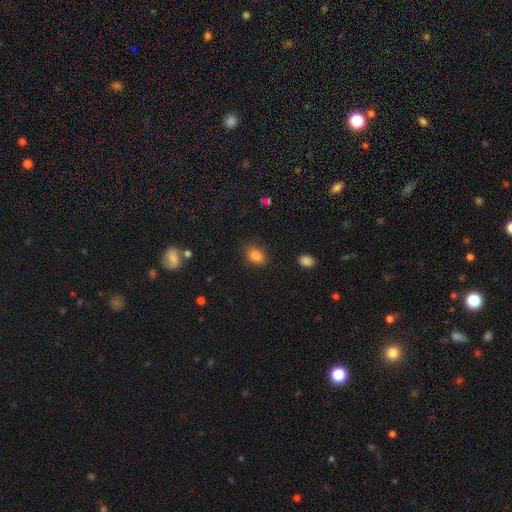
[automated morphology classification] Overall: smooth (85%). How rounded: in between (73%). Merging: none (82%).